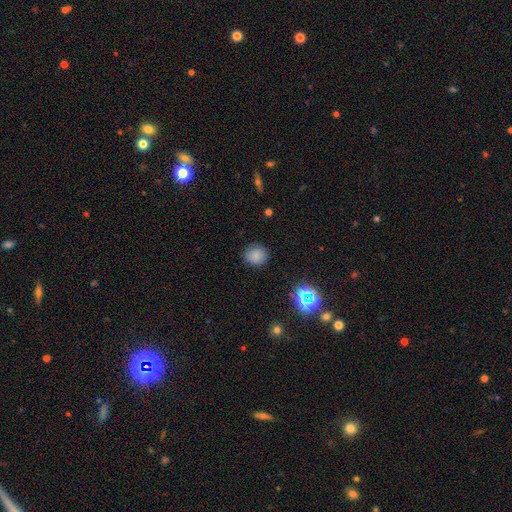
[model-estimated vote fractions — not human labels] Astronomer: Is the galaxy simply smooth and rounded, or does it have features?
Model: smooth — 81%.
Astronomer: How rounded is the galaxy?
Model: round — 84%.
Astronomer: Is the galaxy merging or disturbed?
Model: none — 88%.